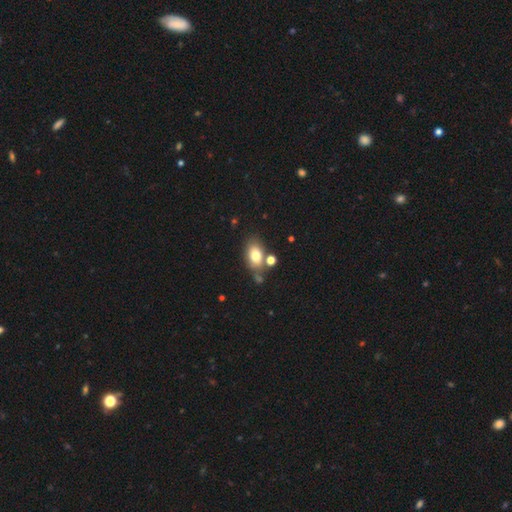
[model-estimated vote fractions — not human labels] smooth-or-featured: smooth: 75% | featured or disk: 15% | star or artifact: 10%
  how-rounded: in between: 84% | round: 14% | cigar-shaped: 2%
  merging: none: 63% | merger: 17% | minor disturbance: 16% | major disturbance: 5%